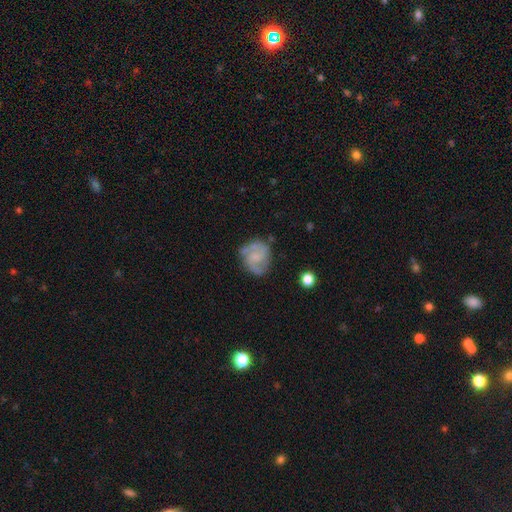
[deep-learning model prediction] Q: Smooth or featured?
A: featured or disk (74%); runner-up: smooth (20%)
Q: Edge-on disk?
A: no (98%); runner-up: yes (2%)
Q: Bar?
A: no (64%); runner-up: weak (31%)
Q: Spiral arms?
A: yes (92%); runner-up: no (8%)
Q: Spiral winding?
A: medium (50%); runner-up: tight (30%)
Q: Spiral arm count?
A: 2 (62%); runner-up: 3 (17%)
Q: Bulge size?
A: small (50%); runner-up: none (26%)
Q: Merging?
A: none (67%); runner-up: minor disturbance (21%)